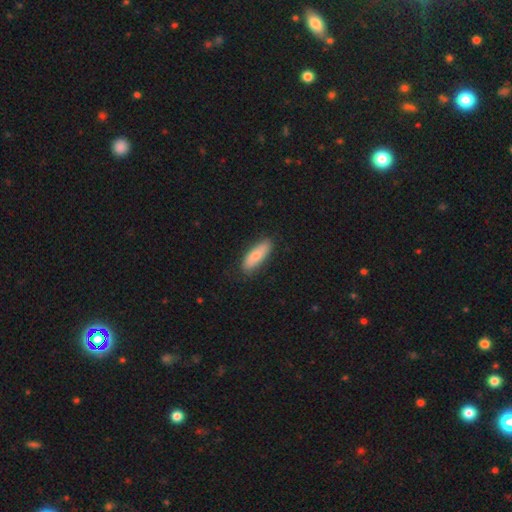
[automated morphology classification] smooth 76%, featured or disk 18%, star or artifact 5%. Down the decision tree: how rounded — in between (59%); merging — none (82%).